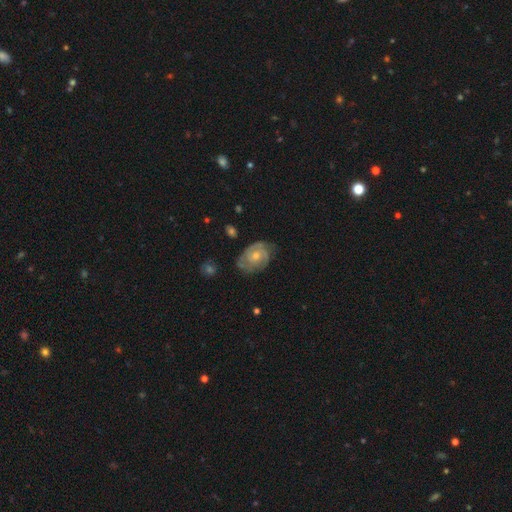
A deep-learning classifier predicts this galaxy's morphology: Smooth or featured? featured or disk (79%)
Edge-on disk? no (97%)
Bar? no (73%)
Spiral arms? yes (92%)
Spiral winding? tight (60%)
Spiral arm count? 2 (38%)
Bulge size? moderate (61%)
Merging? none (68%)